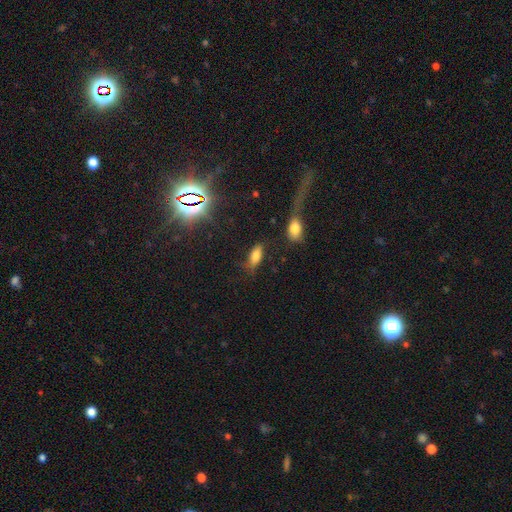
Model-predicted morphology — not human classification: A smooth galaxy with no disk features (74%) that is in between round and cigar-shaped (79%). Merging: none (69%).